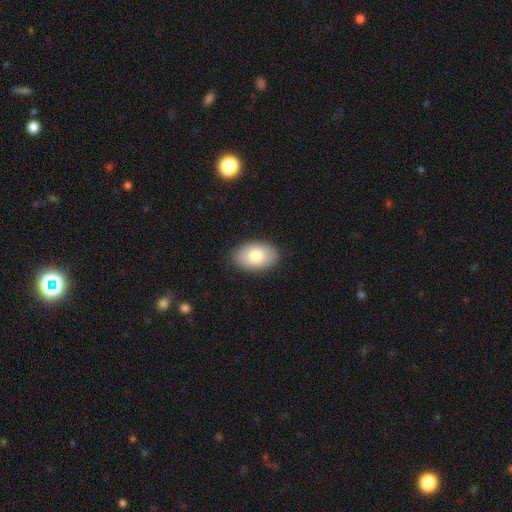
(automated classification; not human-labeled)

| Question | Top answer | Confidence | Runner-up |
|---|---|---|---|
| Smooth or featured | smooth | 81% | featured or disk (13%) |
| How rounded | in between | 91% | round (8%) |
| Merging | none | 88% | minor disturbance (9%) |